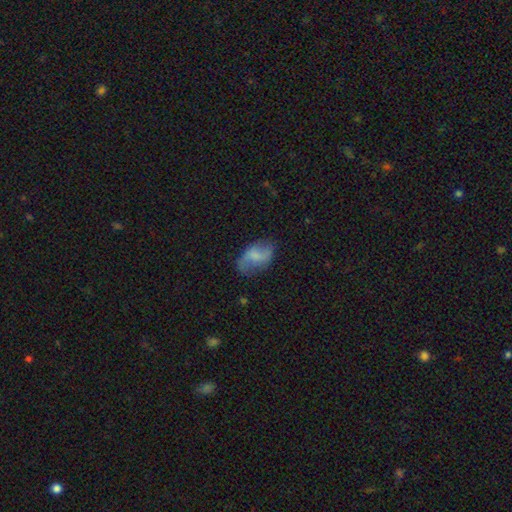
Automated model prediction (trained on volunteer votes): Smooth or featured? Predicted: smooth (p=0.47). Merging? Predicted: none (p=0.62).